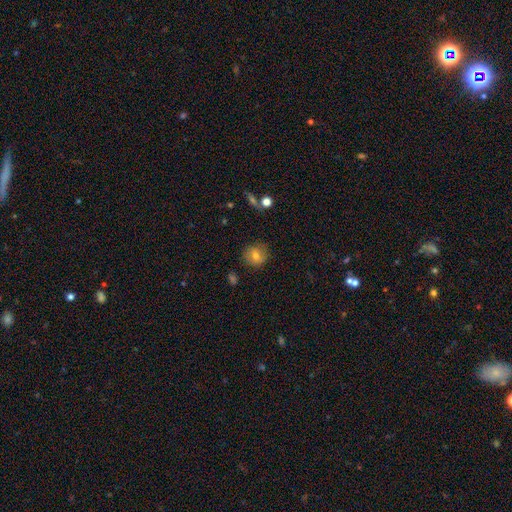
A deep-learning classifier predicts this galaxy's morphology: Smooth or featured? smooth (72%)
How rounded? round (86%)
Merging? none (83%)